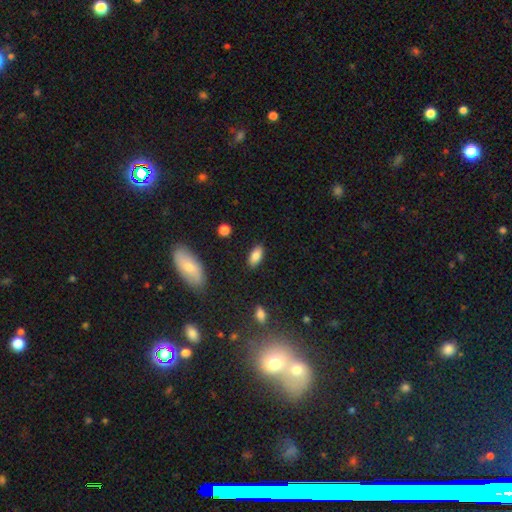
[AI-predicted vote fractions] This is clearly a smooth galaxy (84%). How rounded: clearly in between (88%). Merging: clearly none (86%).